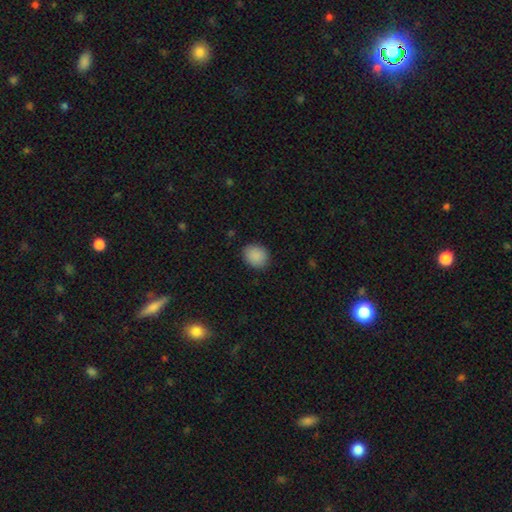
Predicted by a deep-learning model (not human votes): This appears to be a smooth galaxy with no disk features (89%) that is round (59%). Merging: none (87%).